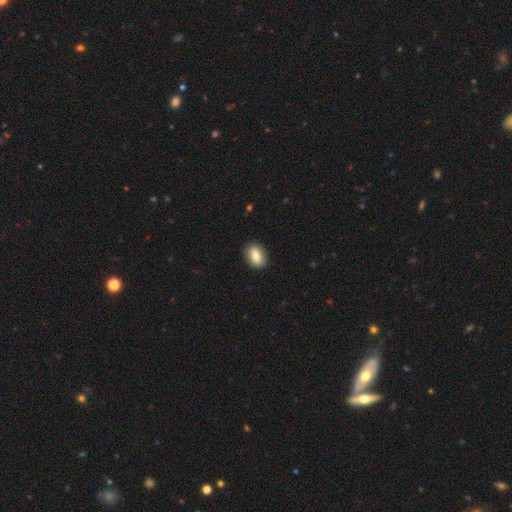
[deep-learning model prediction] Q: Smooth or featured?
A: smooth (80%); runner-up: featured or disk (13%)
Q: How rounded?
A: in between (78%); runner-up: round (20%)
Q: Merging?
A: none (89%); runner-up: minor disturbance (9%)